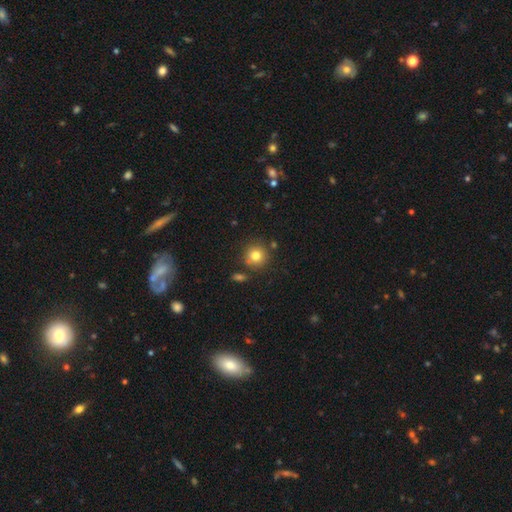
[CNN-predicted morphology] Smooth or featured? Predicted: smooth (p=0.79). How rounded? Predicted: round (p=0.92). Merging? Predicted: none (p=0.81).